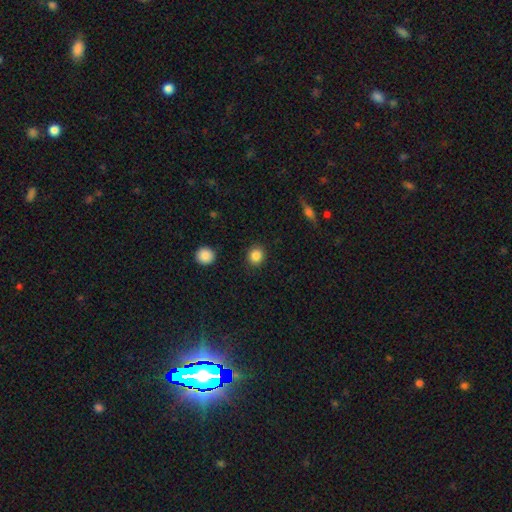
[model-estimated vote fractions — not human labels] Smooth or featured?
  - smooth: 86% *
  - star or artifact: 10%
  - featured or disk: 4%
How rounded?
  - round: 86% *
  - in between: 13%
  - cigar-shaped: 1%
Merging?
  - none: 90% *
  - minor disturbance: 6%
  - major disturbance: 2%
  - merger: 1%